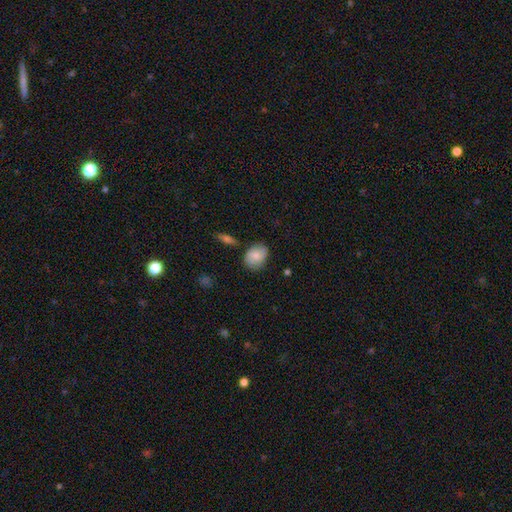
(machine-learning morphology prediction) Smooth or featured? smooth (77%)
How rounded? in between (59%)
Merging? none (76%)